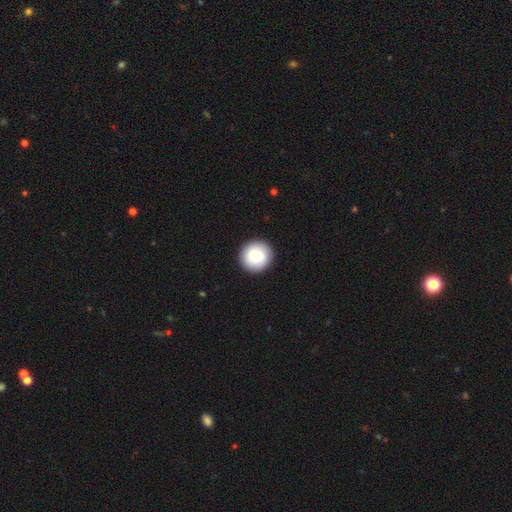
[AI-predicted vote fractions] Overall: smooth (78%). How rounded: round (94%). Merging: none (91%).